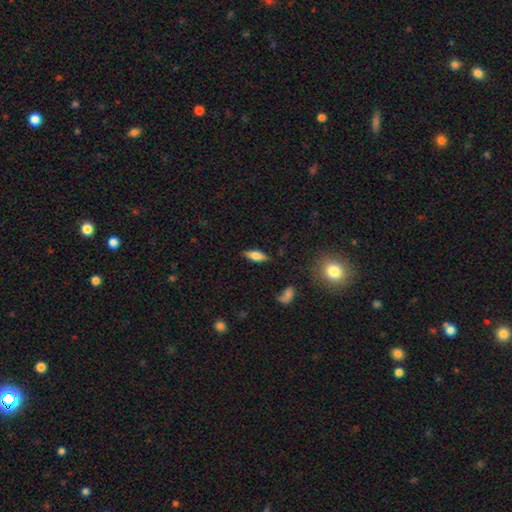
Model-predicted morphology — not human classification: This appears to be a smooth galaxy with no disk features (56%) that is in between round and cigar-shaped (67%). Merging: none (83%).